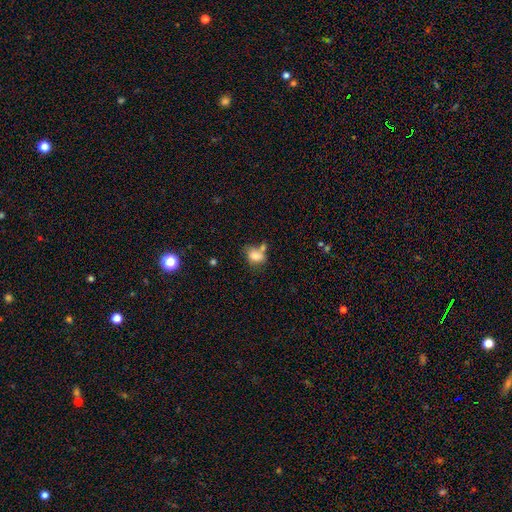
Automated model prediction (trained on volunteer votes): This is likely a smooth galaxy (74%). How rounded: likely in between (69%). Merging: marginally none (43%).